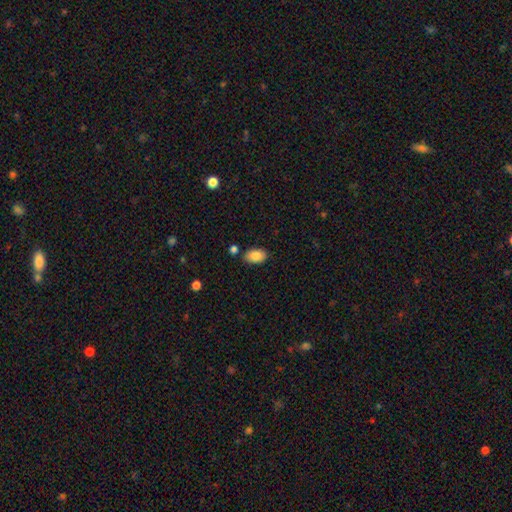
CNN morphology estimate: This is clearly a smooth galaxy (87%). How rounded: clearly in between (91%). Merging: likely none (80%).